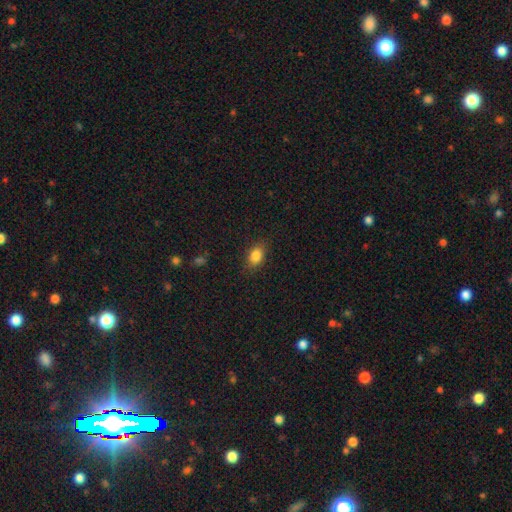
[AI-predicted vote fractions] Smooth or featured? Predicted: smooth (p=0.84). How rounded? Predicted: in between (p=0.76). Merging? Predicted: none (p=0.82).